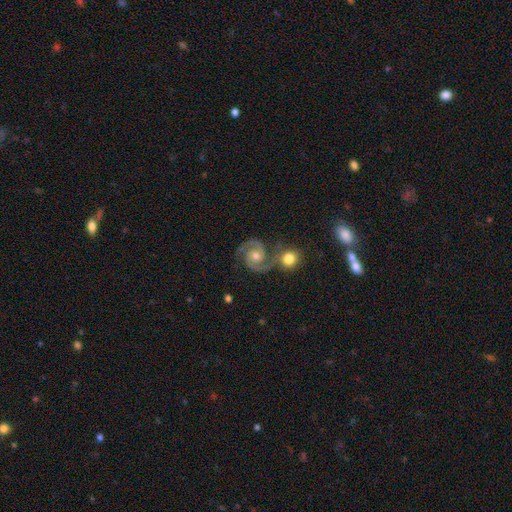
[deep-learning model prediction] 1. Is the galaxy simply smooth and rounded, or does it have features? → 91% featured or disk, 5% smooth, 4% star or artifact.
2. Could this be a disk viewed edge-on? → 98% no, 2% yes.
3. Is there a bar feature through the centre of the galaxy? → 69% no, 25% weak, 6% strong.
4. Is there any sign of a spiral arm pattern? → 98% yes, 2% no.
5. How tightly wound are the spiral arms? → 56% medium, 35% tight, 9% loose.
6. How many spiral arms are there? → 94% 2, 2% can't tell, 2% 3, 1% 1, 1% 4, 1% more than 4.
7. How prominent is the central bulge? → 66% moderate, 26% small, 4% large, 2% none, 1% dominant.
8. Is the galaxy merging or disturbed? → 65% none, 19% merger, 12% minor disturbance, 4% major disturbance.